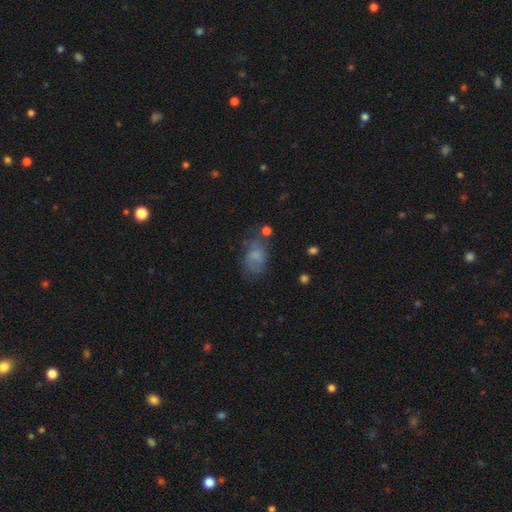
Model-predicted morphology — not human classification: smooth 60%, featured or disk 27%, star or artifact 13%. Down the decision tree: how rounded — in between (83%); merging — none (47%).